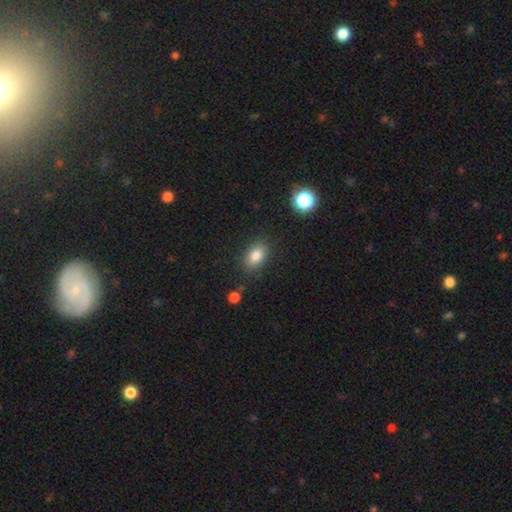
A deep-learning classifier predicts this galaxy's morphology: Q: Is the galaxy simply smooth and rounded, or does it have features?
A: smooth — 83%.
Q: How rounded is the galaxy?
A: in between — 82%.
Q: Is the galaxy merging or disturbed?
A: none — 84%.